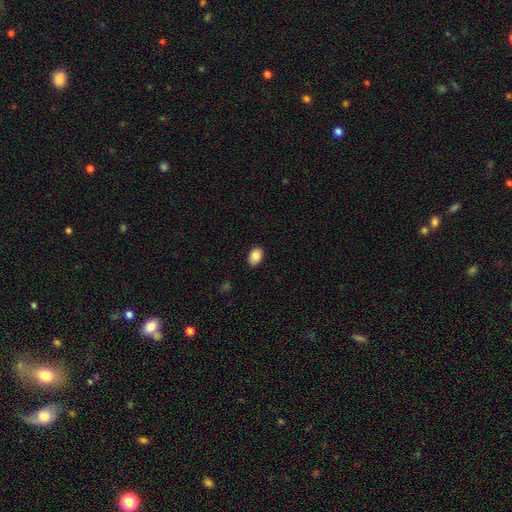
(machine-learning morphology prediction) Smooth or featured: smooth — 86% (star or artifact — 8%)
How rounded: in between — 85% (round — 14%)
Merging: none — 87% (minor disturbance — 10%)